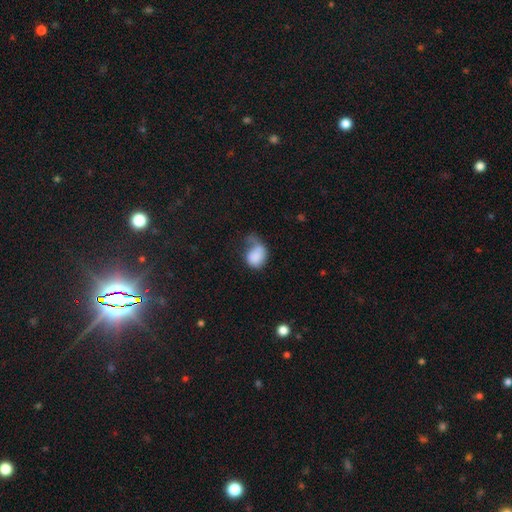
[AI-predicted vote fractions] Morphology: type=smooth (75%); roundness=in between (63%); merging=major disturbance (48%).